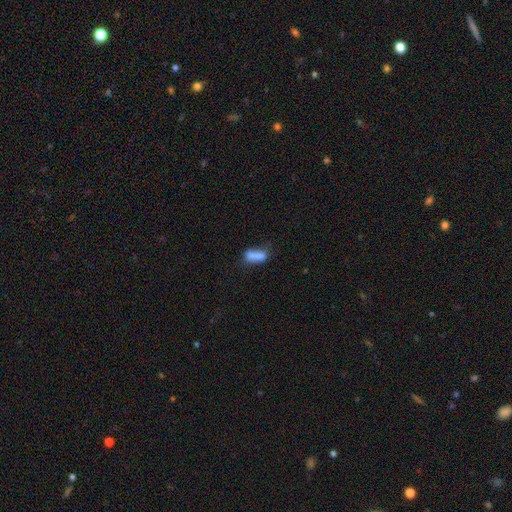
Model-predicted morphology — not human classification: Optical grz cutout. It shows a smooth galaxy with no disk features (70%) that is in between round and cigar-shaped (74%). Merging: merger (53%).